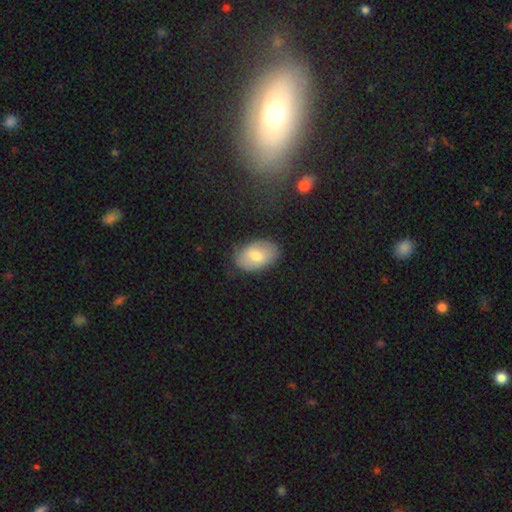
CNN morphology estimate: type=smooth (69%); roundness=in between (90%); merging=none (80%).